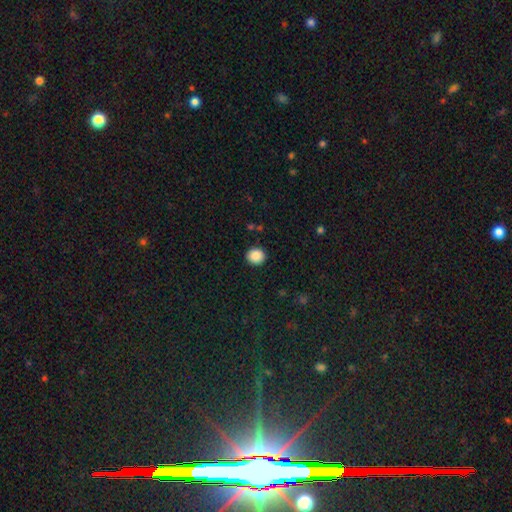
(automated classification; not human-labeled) Q: Smooth or featured?
A: smooth (88%); runner-up: star or artifact (9%)
Q: How rounded?
A: round (87%); runner-up: in between (12%)
Q: Merging?
A: none (91%); runner-up: minor disturbance (6%)